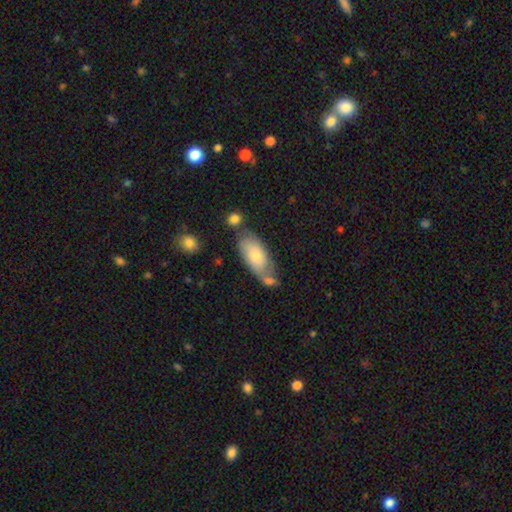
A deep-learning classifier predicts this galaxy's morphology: Smooth or featured: smooth — 69% (featured or disk — 24%)
How rounded: in between — 90% (cigar-shaped — 7%)
Merging: none — 43% (merger — 26%)